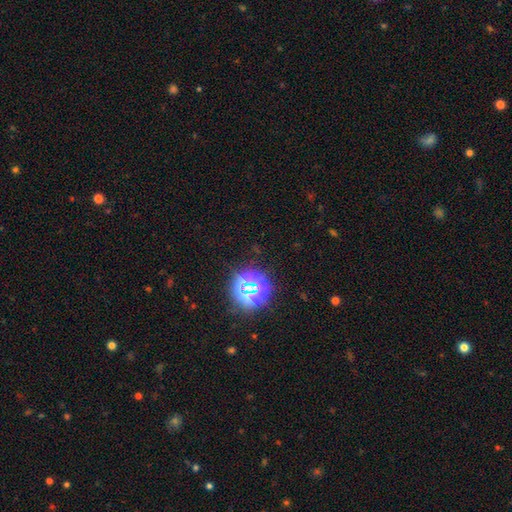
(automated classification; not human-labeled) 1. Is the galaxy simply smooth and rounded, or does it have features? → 74% star or artifact, 20% smooth, 6% featured or disk.